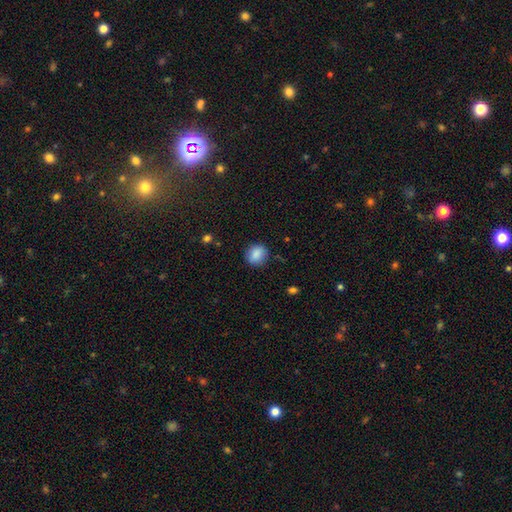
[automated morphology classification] smooth 87%, star or artifact 8%, featured or disk 5%. Down the decision tree: how rounded — round (75%); merging — none (85%).